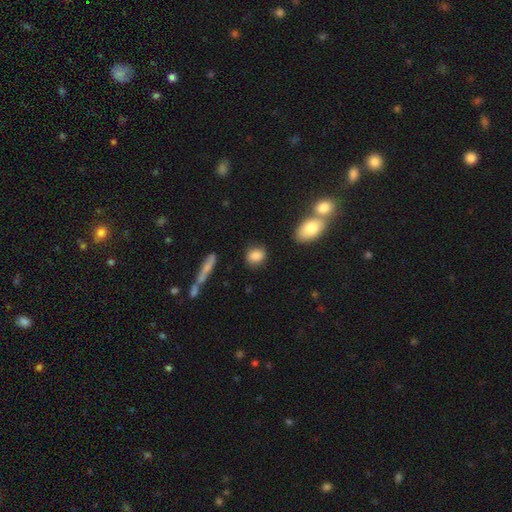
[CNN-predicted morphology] Q: Smooth or featured?
A: smooth (85%); runner-up: star or artifact (8%)
Q: How rounded?
A: in between (49%); runner-up: round (47%)
Q: Merging?
A: none (81%); runner-up: minor disturbance (12%)